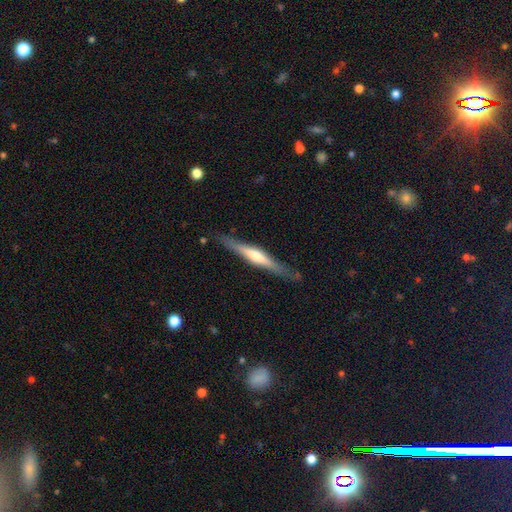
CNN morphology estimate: This is likely a featured or disk galaxy (65%). It is clearly viewed edge-on (97%). Edge-on bulge: likely rounded (67%). Merging: clearly none (84%).